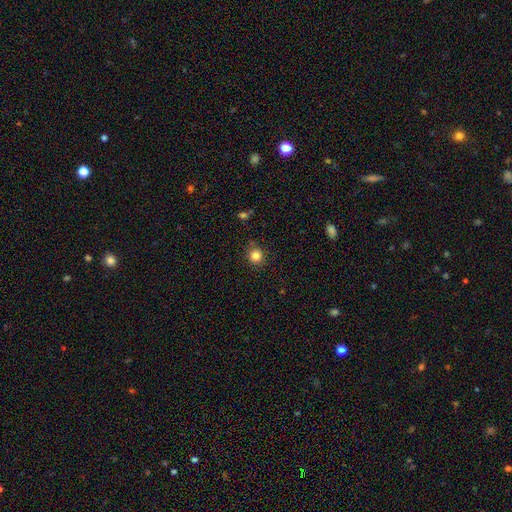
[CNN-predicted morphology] Smooth or featured? Predicted: smooth (p=0.83). How rounded? Predicted: round (p=0.90). Merging? Predicted: none (p=0.85).